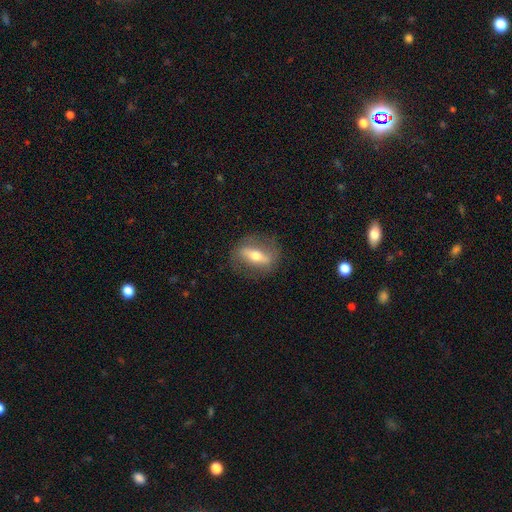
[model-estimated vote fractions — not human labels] smooth_or_featured: featured or disk (p=0.61) [alt: smooth p=0.31]
disk_edge_on: no (p=0.51) [alt: yes p=0.49]
merging: none (p=0.81) [alt: minor disturbance p=0.12]